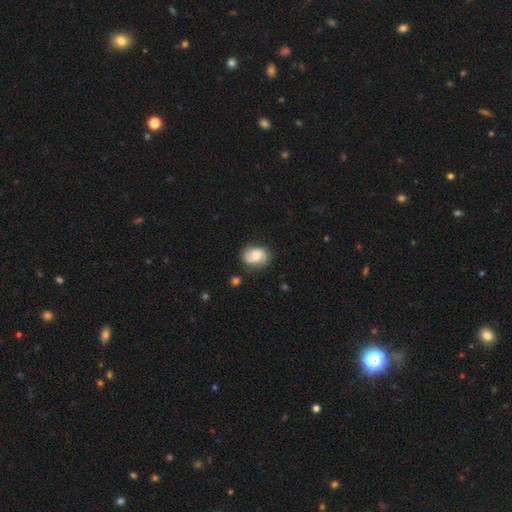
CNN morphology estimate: This is possibly a featured or disk galaxy (47%). Merging: likely none (75%).